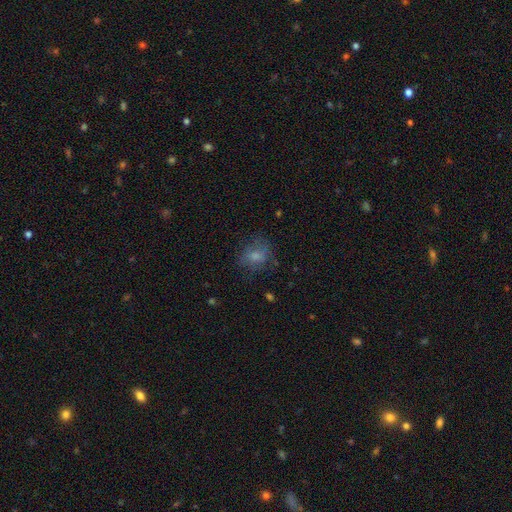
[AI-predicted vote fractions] smooth_or_featured: smooth (p=0.67) [alt: featured or disk p=0.21]
how_rounded: round (p=0.52) [alt: in between p=0.46]
merging: none (p=0.58) [alt: minor disturbance p=0.23]